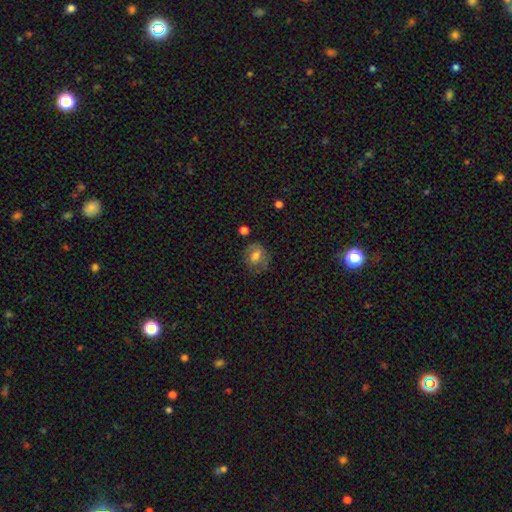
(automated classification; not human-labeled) Morphology: type=smooth (63%); roundness=round (59%); merging=none (67%).